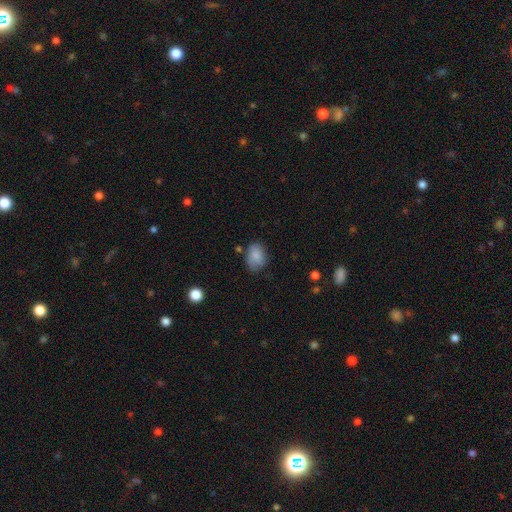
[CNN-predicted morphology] type=smooth (82%); roundness=in between (78%); merging=none (65%).